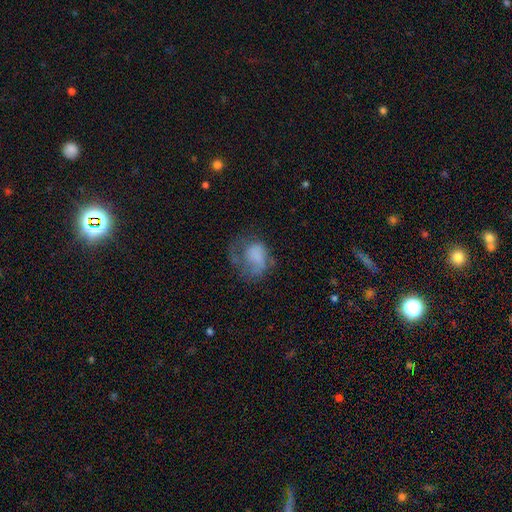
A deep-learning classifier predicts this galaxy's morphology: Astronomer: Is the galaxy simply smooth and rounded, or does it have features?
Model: smooth — 53% (runner-up: featured or disk, 37%).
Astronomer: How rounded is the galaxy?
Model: in between — 59% (runner-up: round, 40%).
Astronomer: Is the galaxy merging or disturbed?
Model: major disturbance — 46% (runner-up: none, 29%).